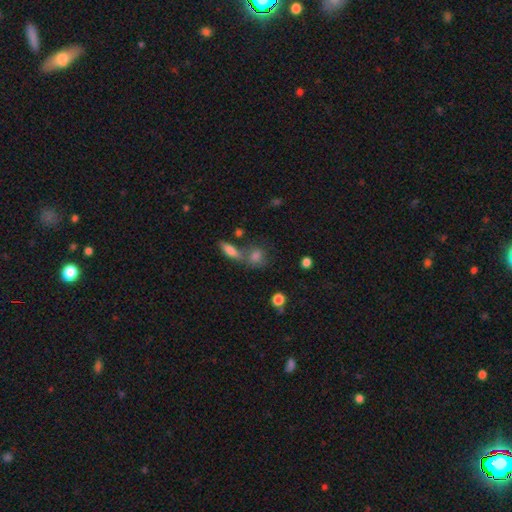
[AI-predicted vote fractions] Overall: smooth (77%). How rounded: round (56%; in between 38%). Merging: none (48%; merger 34%).